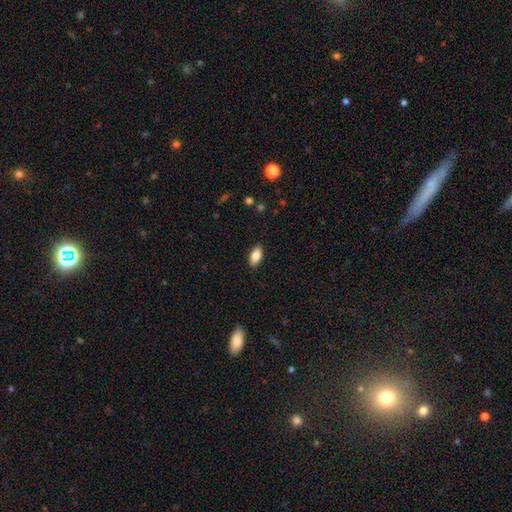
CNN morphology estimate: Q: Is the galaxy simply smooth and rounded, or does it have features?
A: smooth — 85%.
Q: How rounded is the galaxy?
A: in between — 90%.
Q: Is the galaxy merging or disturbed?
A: none — 88%.